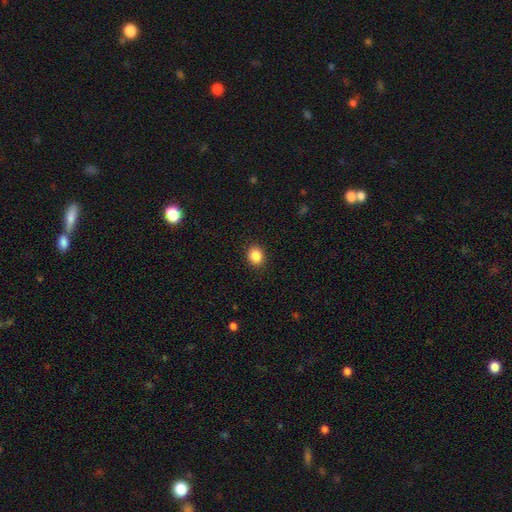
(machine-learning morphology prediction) Smooth or featured? smooth (87%)
How rounded? round (65%)
Merging? none (90%)